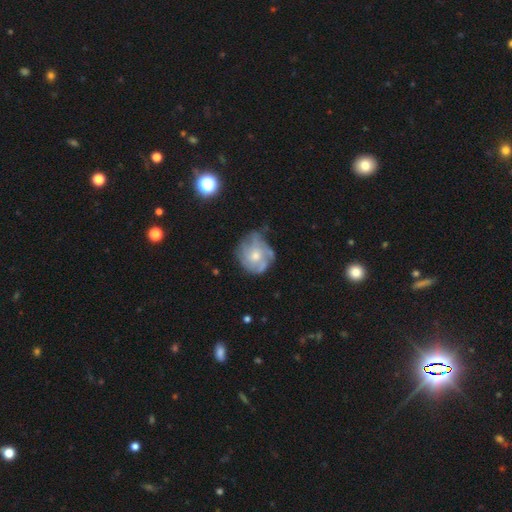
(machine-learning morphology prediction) Overall: featured or disk (64%; smooth 29%). Edge-on disk: no (97%). Bar: no (83%). Spiral arms: yes (68%; no 32%). Bulge size: moderate (58%; small 34%). Merging: none (52%; minor disturbance 29%).